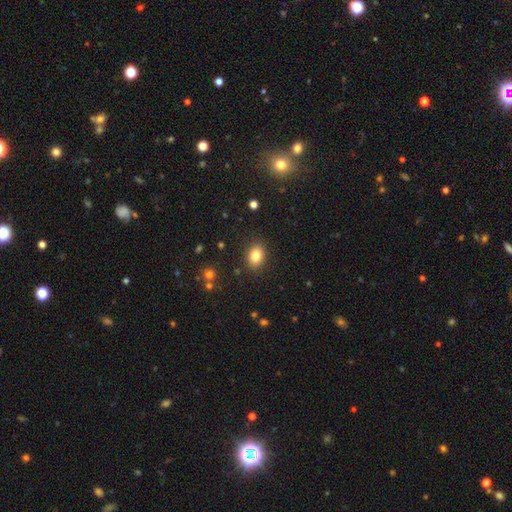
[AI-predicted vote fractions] smooth-or-featured: smooth: 83% | star or artifact: 10% | featured or disk: 7%
  how-rounded: in between: 71% | round: 28% | cigar-shaped: 1%
  merging: none: 87% | minor disturbance: 9% | major disturbance: 3% | merger: 1%